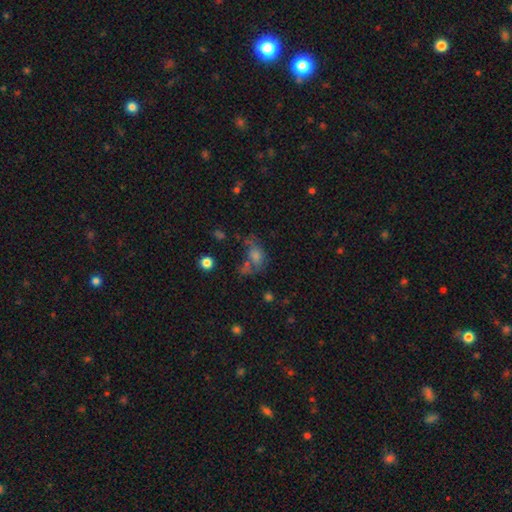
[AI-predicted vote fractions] Smooth or featured?
  - smooth: 60% *
  - featured or disk: 21%
  - star or artifact: 19%
How rounded?
  - in between: 72% *
  - round: 25%
  - cigar-shaped: 3%
Merging?
  - none: 32% *
  - merger: 24%
  - major disturbance: 24%
  - minor disturbance: 20%